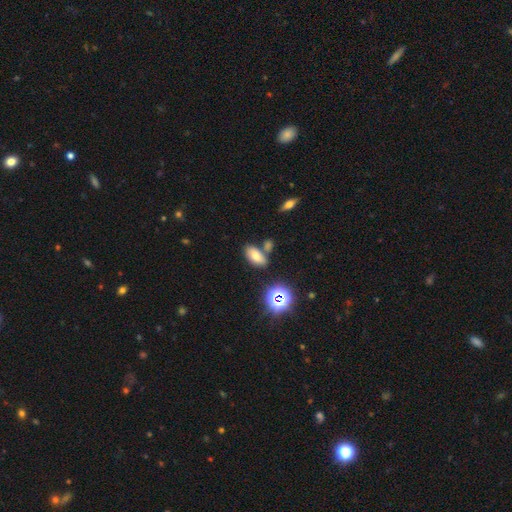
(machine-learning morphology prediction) smooth_or_featured: smooth (p=0.68) [alt: star or artifact p=0.17]
how_rounded: in between (p=0.88) [alt: round p=0.07]
merging: none (p=0.68) [alt: merger p=0.16]